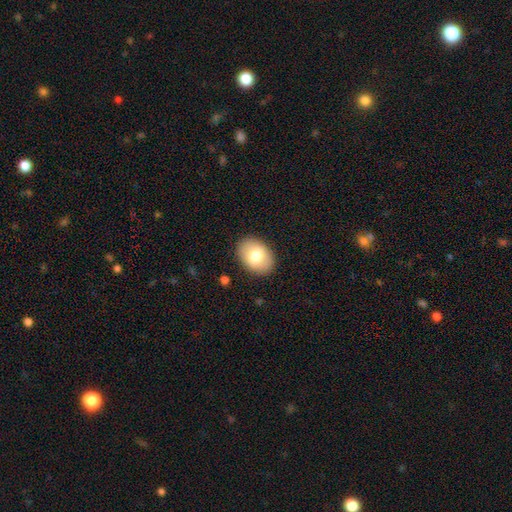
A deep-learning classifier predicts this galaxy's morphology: This appears to be a smooth galaxy with no disk features (74%) that is in between round and cigar-shaped (80%). Merging: none (87%).